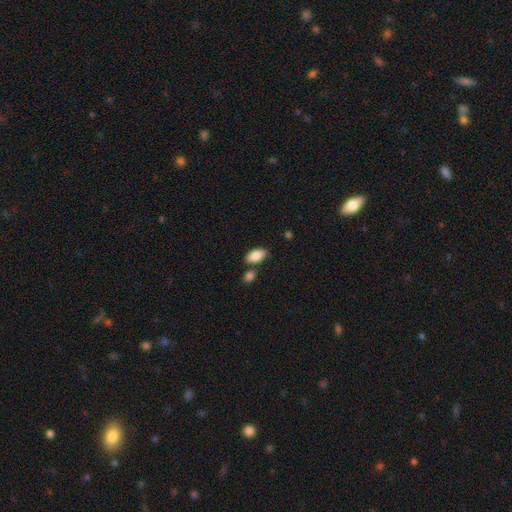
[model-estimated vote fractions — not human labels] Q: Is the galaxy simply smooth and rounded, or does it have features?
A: smooth — 87%.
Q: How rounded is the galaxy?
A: in between — 93%.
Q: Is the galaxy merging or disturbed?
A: none — 70%.